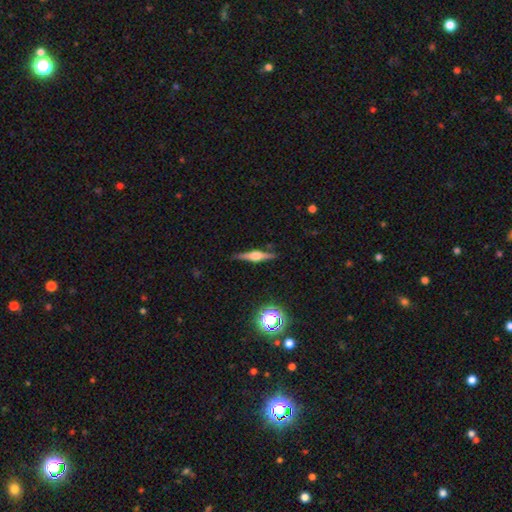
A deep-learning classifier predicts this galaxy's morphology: The model was most divided on "smooth or featured": featured or disk: 72%, smooth: 20%, star or artifact: 8%. More confident: edge-on disk — yes (98%); merging — none (88%); edge-on bulge — rounded (88%).